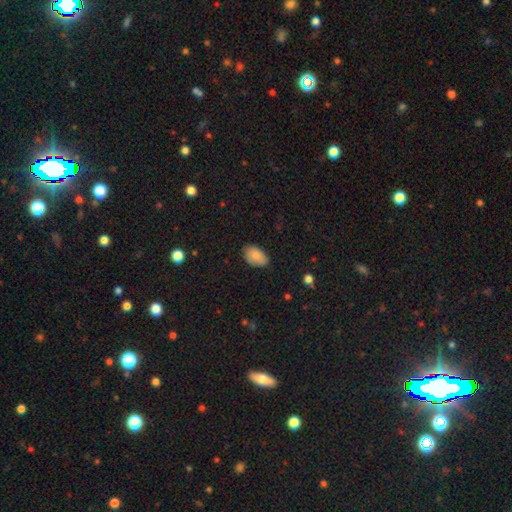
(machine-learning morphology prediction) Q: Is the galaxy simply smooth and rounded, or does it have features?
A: smooth — 86%.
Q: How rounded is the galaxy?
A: in between — 91%.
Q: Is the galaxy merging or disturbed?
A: none — 77%.